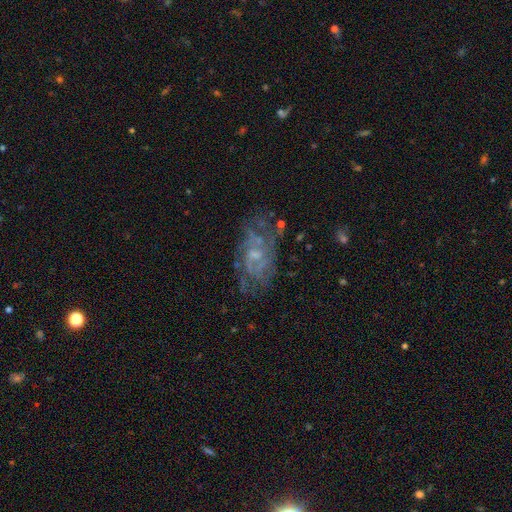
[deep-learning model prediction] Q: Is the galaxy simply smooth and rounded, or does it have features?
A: featured or disk — 76%.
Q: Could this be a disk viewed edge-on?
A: no — 96%.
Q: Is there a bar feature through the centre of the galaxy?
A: no — 57%.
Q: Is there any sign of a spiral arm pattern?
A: yes — 77%.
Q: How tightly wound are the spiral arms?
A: tight — 42%, tied with medium.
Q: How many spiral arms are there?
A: can't tell — 45%.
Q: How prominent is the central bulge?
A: small — 52%.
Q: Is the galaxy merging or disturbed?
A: none — 61%.